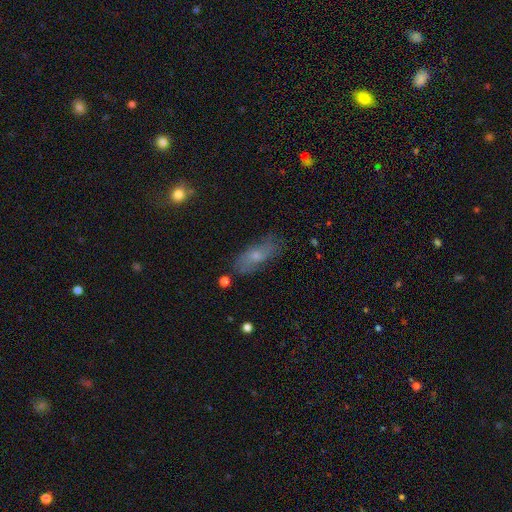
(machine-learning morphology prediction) type=smooth (55%); roundness=in between (70%); merging=none (71%).